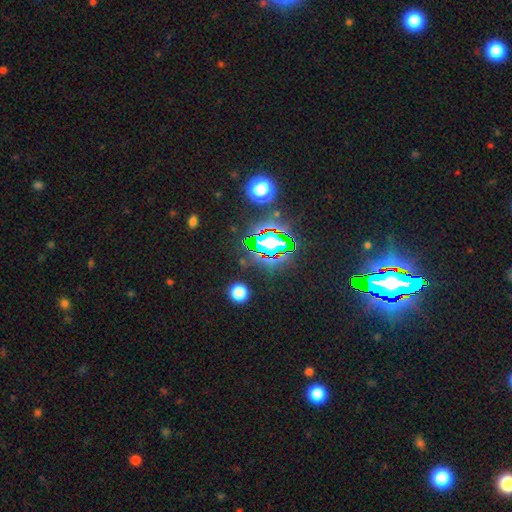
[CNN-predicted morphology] Smooth or featured: star or artifact — 83% (smooth — 10%)